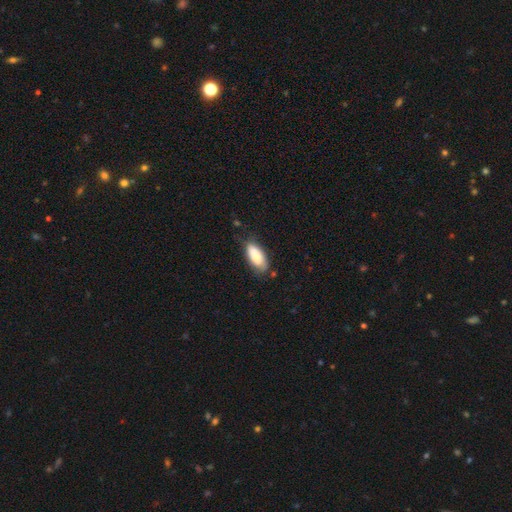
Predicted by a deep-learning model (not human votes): A smooth galaxy with no disk features (74%) that is in between round and cigar-shaped (86%).

Vote fractions:
- Smooth or featured? smooth: 74% / featured or disk: 19% / star or artifact: 7%
- How rounded? in between: 86% / cigar-shaped: 11% / round: 2%
- Merging? none: 67% / minor disturbance: 25% / major disturbance: 6% / merger: 3%